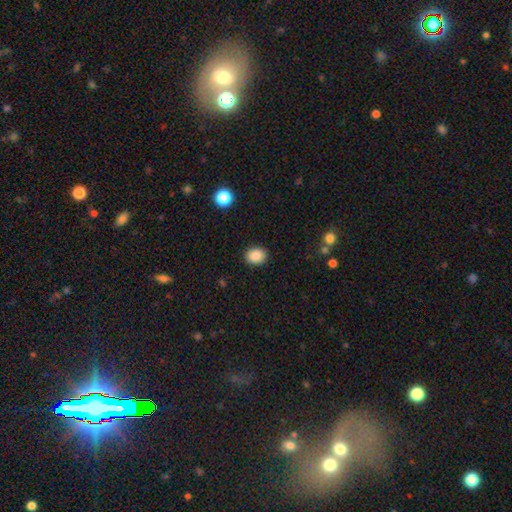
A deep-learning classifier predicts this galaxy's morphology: Smooth or featured: smooth — 88% (star or artifact — 9%)
How rounded: round — 55% (in between — 44%)
Merging: none — 90% (minor disturbance — 7%)